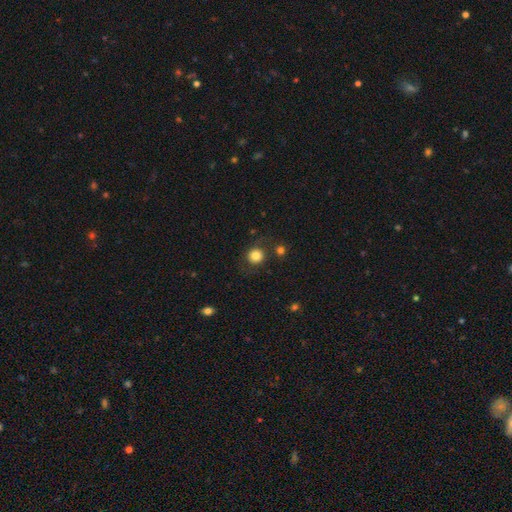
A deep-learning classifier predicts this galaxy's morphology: Q: Smooth or featured?
A: smooth (82%); runner-up: star or artifact (11%)
Q: How rounded?
A: round (90%); runner-up: in between (9%)
Q: Merging?
A: none (80%); runner-up: minor disturbance (10%)